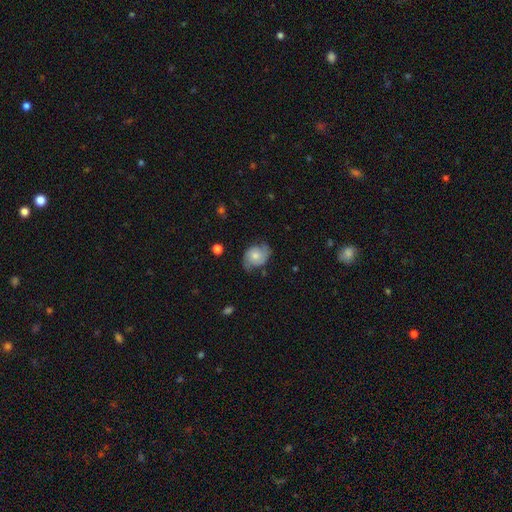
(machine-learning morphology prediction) Q: Smooth or featured?
A: featured or disk (57%); runner-up: smooth (35%)
Q: Edge-on disk?
A: no (97%); runner-up: yes (3%)
Q: Bar?
A: no (76%); runner-up: weak (20%)
Q: Spiral arms?
A: yes (86%); runner-up: no (14%)
Q: Bulge size?
A: moderate (49%); runner-up: small (40%)
Q: Merging?
A: none (64%); runner-up: minor disturbance (26%)